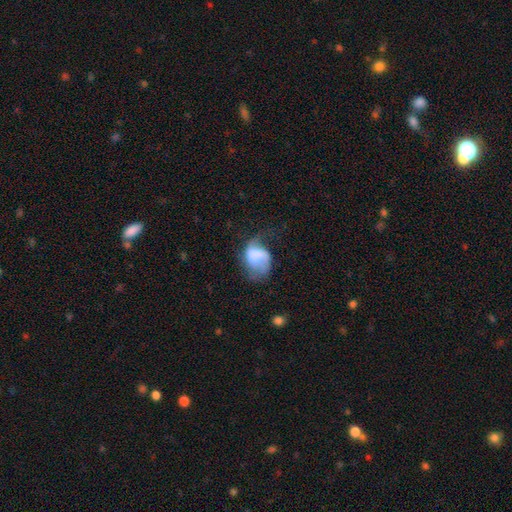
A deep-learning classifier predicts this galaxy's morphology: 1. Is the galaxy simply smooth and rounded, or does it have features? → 49% smooth, 42% featured or disk, 9% star or artifact.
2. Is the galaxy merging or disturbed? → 44% major disturbance, 26% none, 26% minor disturbance, 4% merger.